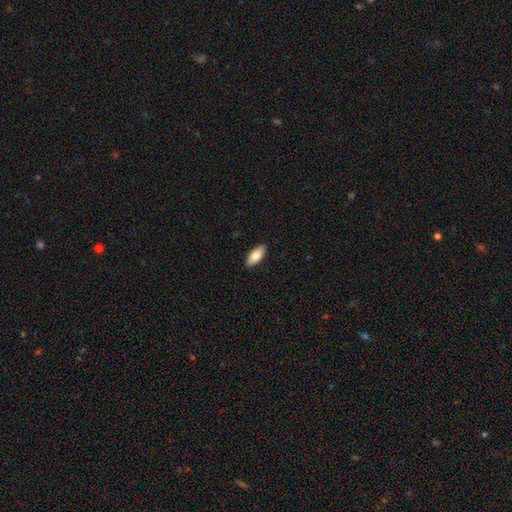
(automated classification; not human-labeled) smooth 82%, featured or disk 12%, star or artifact 6%. Down the decision tree: how rounded — in between (86%); merging — none (90%).